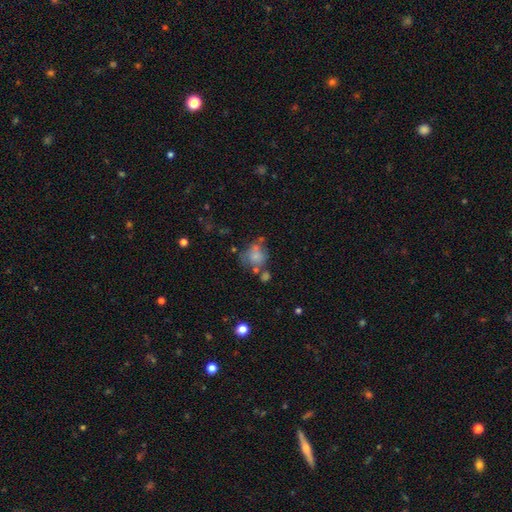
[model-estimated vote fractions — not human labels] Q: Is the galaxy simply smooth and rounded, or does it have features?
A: smooth — 67%.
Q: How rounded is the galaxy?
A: round — 63%.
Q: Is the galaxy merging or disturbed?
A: none — 39%.